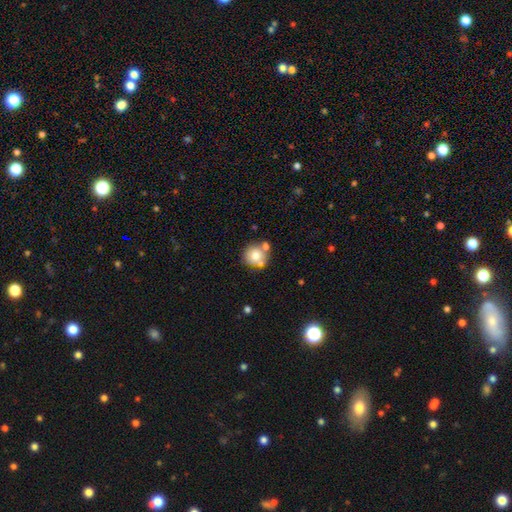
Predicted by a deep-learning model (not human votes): smooth-or-featured: smooth: 72% | featured or disk: 19% | star or artifact: 9%
  how-rounded: round: 90% | in between: 9% | cigar-shaped: 1%
  merging: none: 60% | merger: 22% | minor disturbance: 14% | major disturbance: 5%